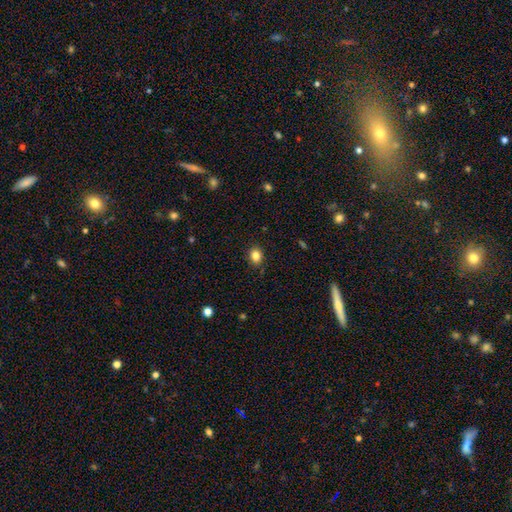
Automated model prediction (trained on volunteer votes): Q: Smooth or featured?
A: smooth (84%); runner-up: star or artifact (11%)
Q: How rounded?
A: round (54%); runner-up: in between (45%)
Q: Merging?
A: none (87%); runner-up: minor disturbance (10%)